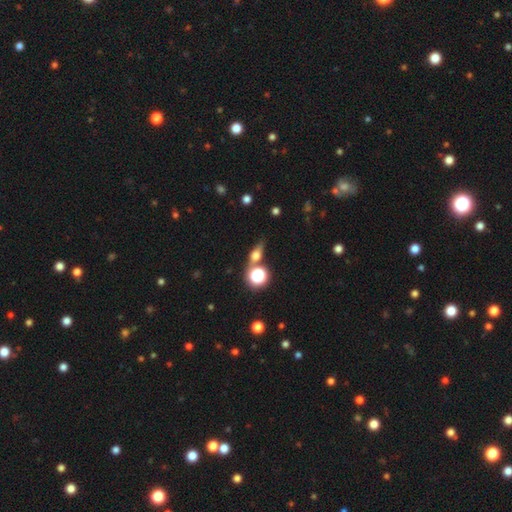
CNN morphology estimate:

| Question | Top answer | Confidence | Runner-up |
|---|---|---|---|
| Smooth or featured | smooth | 52% | featured or disk (26%) |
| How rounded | round | 40% | in between (38%) |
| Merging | none | 65% | minor disturbance (14%) |